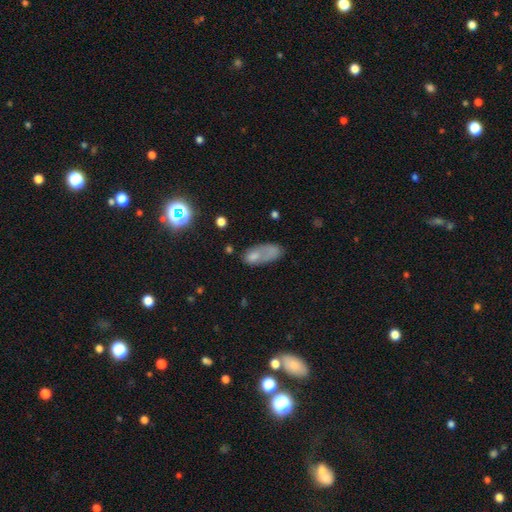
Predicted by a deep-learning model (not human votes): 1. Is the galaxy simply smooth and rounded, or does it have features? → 70% smooth, 20% featured or disk, 10% star or artifact.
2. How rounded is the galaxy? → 82% in between, 13% cigar-shaped, 5% round.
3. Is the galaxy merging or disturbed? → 30% none, 26% major disturbance, 23% minor disturbance, 20% merger.